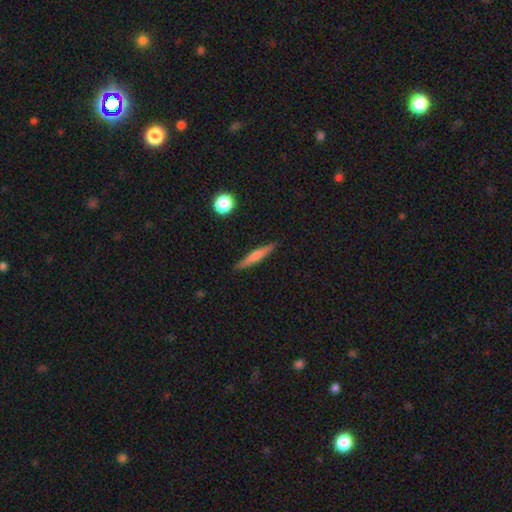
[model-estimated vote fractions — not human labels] A smooth galaxy with no disk features (54%) that is cigar-shaped (90%). Merging: none (89%).